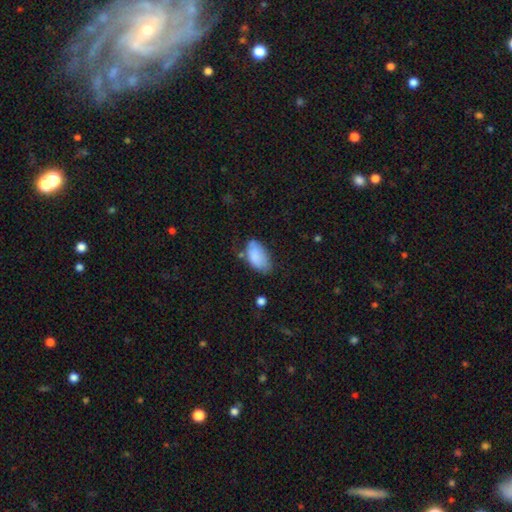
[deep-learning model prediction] This is clearly a smooth galaxy (83%). How rounded: clearly in between (94%). Merging: possibly none (52%).